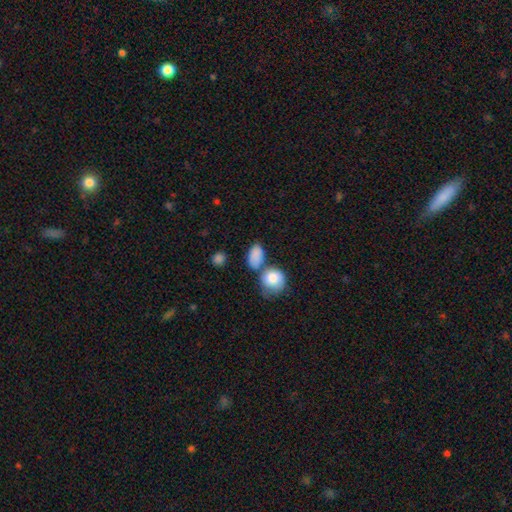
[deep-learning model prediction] Smooth or featured: smooth — 85% (star or artifact — 8%)
How rounded: in between — 80% (round — 17%)
Merging: none — 47% (merger — 29%)